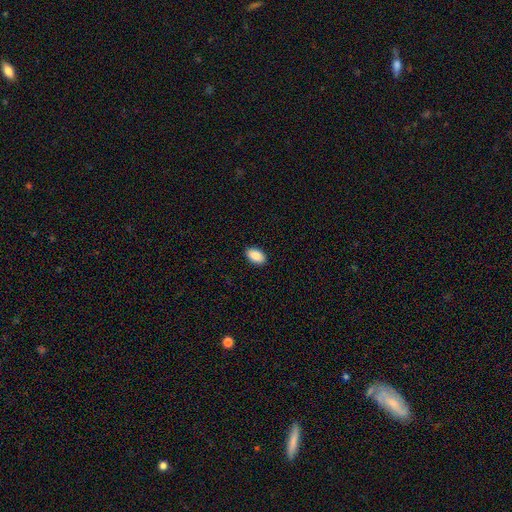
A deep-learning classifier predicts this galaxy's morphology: smooth 89%, star or artifact 7%, featured or disk 4%. Down the decision tree: how rounded — in between (94%); merging — none (91%).